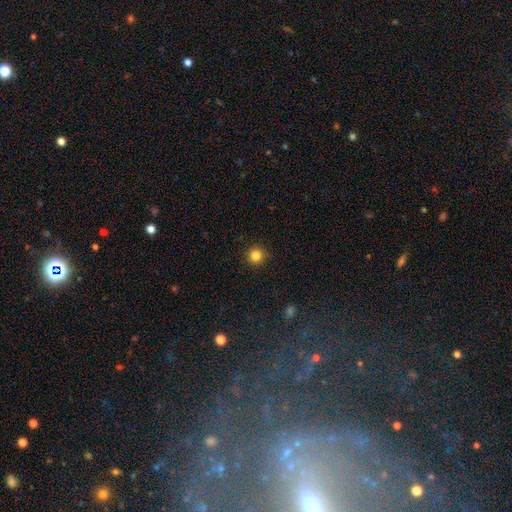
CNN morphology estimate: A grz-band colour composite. It shows a smooth galaxy with no disk features (84%) that is round (95%). Merging: none (91%).